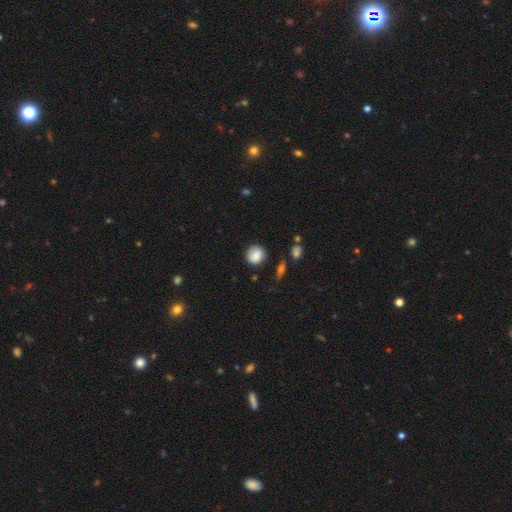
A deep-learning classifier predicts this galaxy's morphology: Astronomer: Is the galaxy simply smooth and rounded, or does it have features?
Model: smooth — 82%.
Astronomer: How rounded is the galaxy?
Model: round — 83%.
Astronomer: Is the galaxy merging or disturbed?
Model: none — 75%.